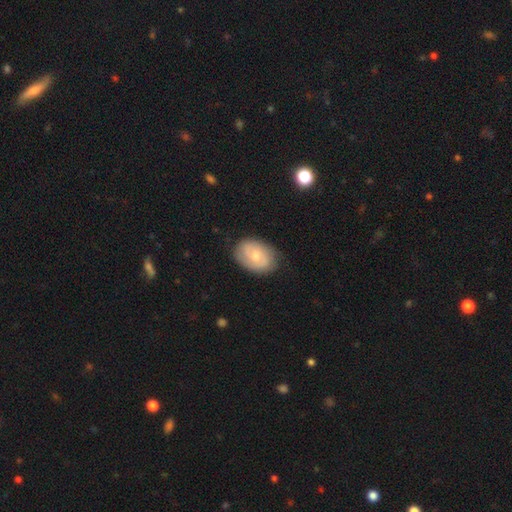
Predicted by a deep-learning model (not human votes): A featured or disk galaxy (62%) with no bar (56%), 2 (69%) tight (49%) spiral arms (86%) and a small central bulge (49%).

Vote fractions:
- Smooth or featured? featured or disk: 62% / smooth: 32% / star or artifact: 6%
- Edge-on disk? no: 96% / yes: 4%
- Bar? no: 56% / weak: 38% / strong: 5%
- Spiral arms? yes: 86% / no: 14%
- Spiral winding? tight: 49% / medium: 37% / loose: 13%
- Spiral arm count? 2: 69% / can't tell: 20% / 3: 5% / 1: 4% / 4: 2% / more than 4: 1%
- Bulge size? small: 49% / moderate: 45% / none: 3% / large: 2% / dominant: 1%
- Merging? none: 78% / minor disturbance: 17% / major disturbance: 4% / merger: 1%